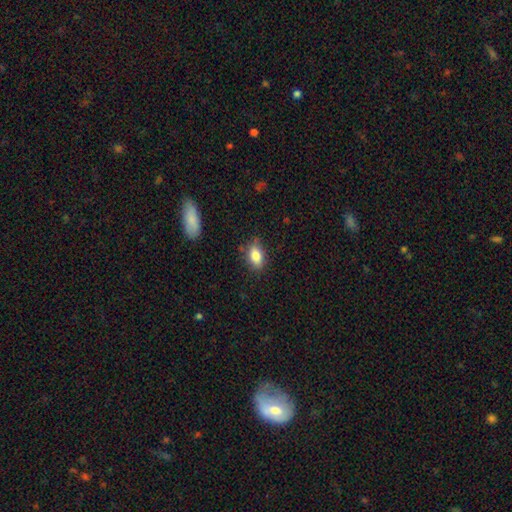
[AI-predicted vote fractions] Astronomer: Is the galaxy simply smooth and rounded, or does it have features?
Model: smooth — 84%.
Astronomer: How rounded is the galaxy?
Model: in between — 84%.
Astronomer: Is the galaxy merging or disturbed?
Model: none — 77%.